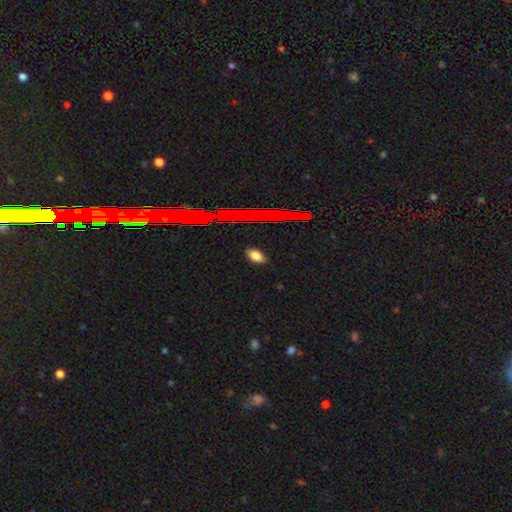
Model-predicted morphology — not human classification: Overall: smooth (78%). How rounded: in between (89%). Merging: none (87%).